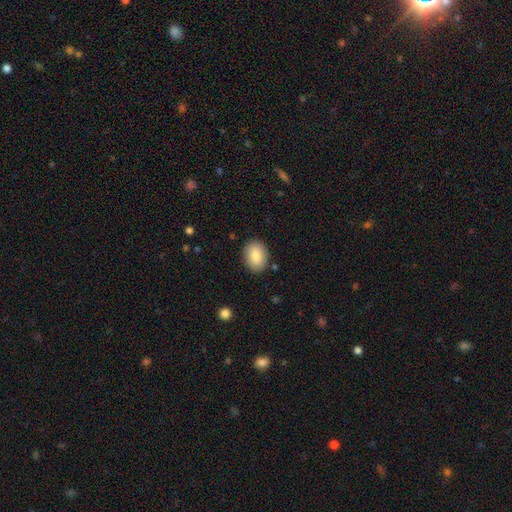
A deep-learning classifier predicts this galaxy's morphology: Overall: smooth (85%). How rounded: in between (67%; round 32%). Merging: none (87%).